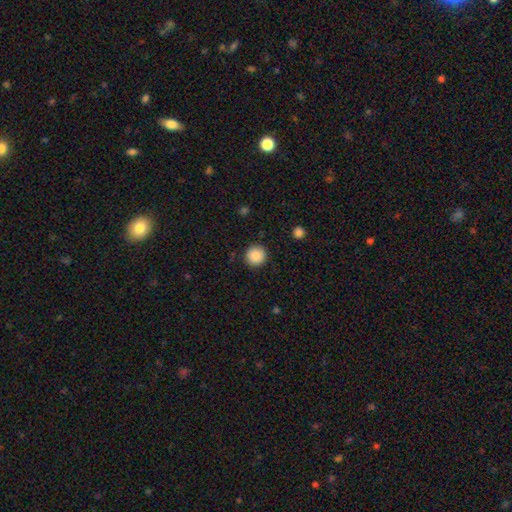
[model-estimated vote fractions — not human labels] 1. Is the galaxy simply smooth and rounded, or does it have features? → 88% smooth, 9% star or artifact, 3% featured or disk.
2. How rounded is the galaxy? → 95% round, 4% in between, 1% cigar-shaped.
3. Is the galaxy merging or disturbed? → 91% none, 6% minor disturbance, 2% major disturbance, 1% merger.